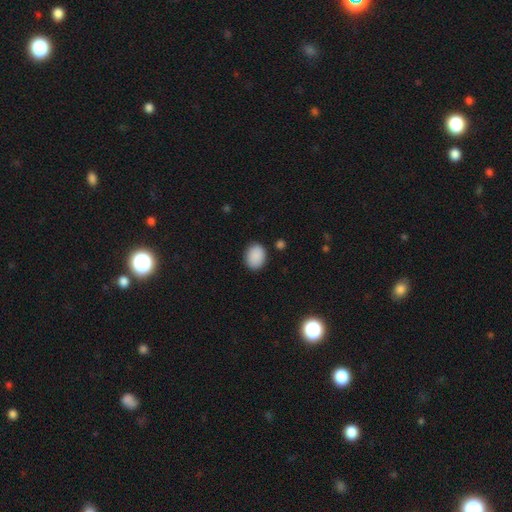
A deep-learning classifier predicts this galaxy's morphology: Smooth or featured? Predicted: smooth (p=0.90). How rounded? Predicted: in between (p=0.61). Merging? Predicted: none (p=0.86).